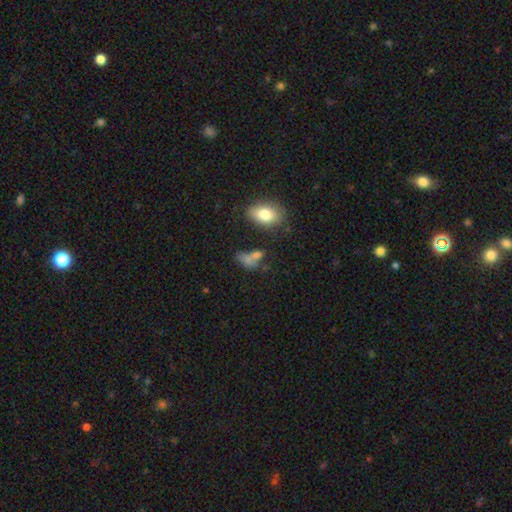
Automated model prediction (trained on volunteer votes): Q: Smooth or featured?
A: smooth (71%); runner-up: featured or disk (16%)
Q: How rounded?
A: in between (73%); runner-up: round (19%)
Q: Merging?
A: none (35%); runner-up: merger (32%)